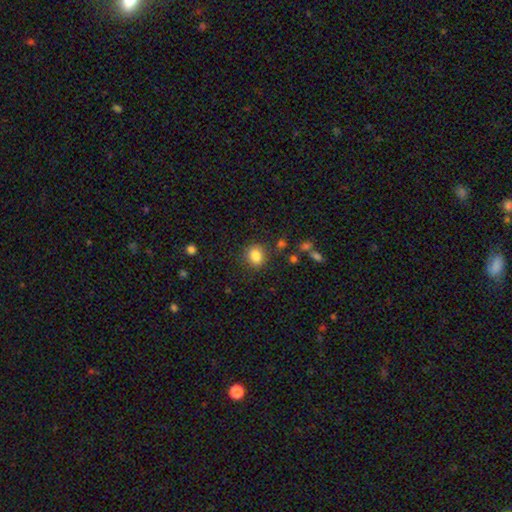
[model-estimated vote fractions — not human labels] A smooth galaxy with no disk features (84%) that is round (57%). Merging: none (80%).